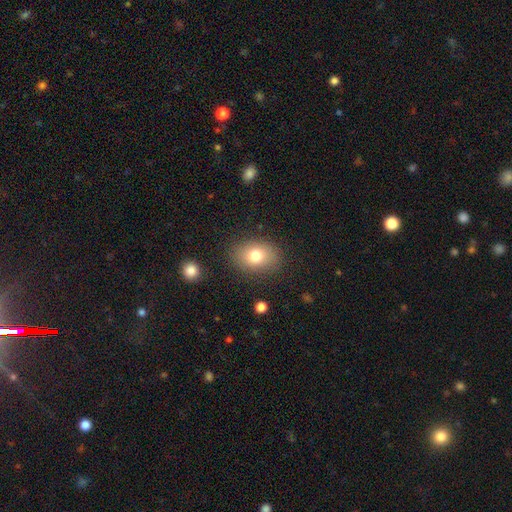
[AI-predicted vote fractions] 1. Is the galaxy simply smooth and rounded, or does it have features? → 77% smooth, 12% featured or disk, 11% star or artifact.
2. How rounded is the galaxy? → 63% in between, 36% round, 1% cigar-shaped.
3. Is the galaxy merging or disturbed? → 85% none, 10% minor disturbance, 4% major disturbance, 1% merger.